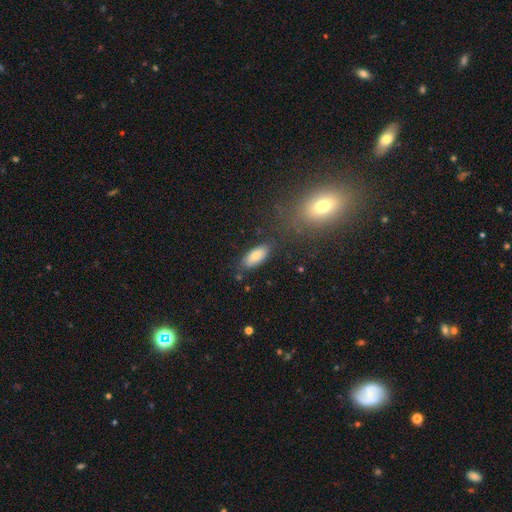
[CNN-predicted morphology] type=smooth (77%); roundness=in between (85%); merging=none (77%).